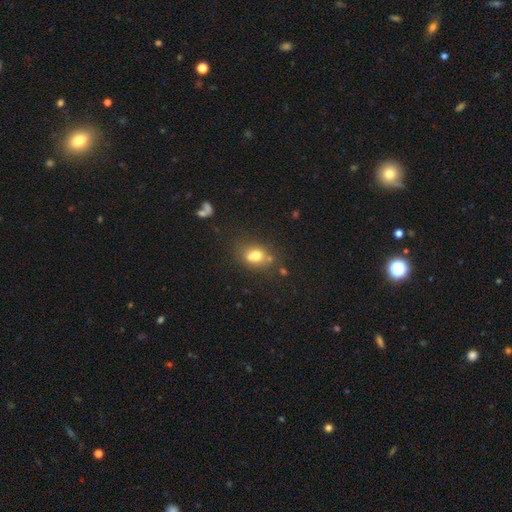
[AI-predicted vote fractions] Smooth or featured: smooth — 67% (featured or disk — 19%)
How rounded: round — 52% (in between — 46%)
Merging: none — 52% (merger — 26%)